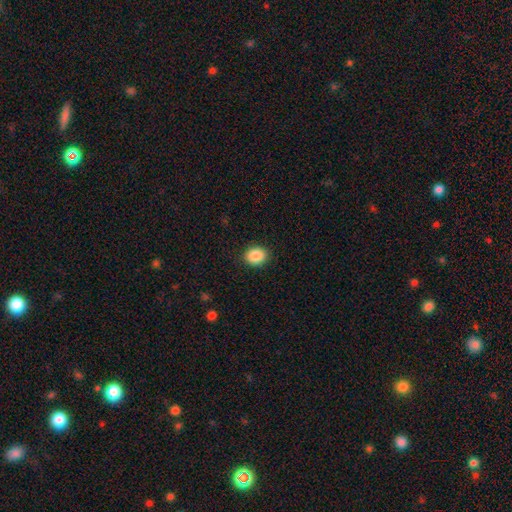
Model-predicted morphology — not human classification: Smooth or featured?
  - smooth: 88% *
  - star or artifact: 8%
  - featured or disk: 4%
How rounded?
  - round: 56% *
  - in between: 43%
  - cigar-shaped: 1%
Merging?
  - none: 90% *
  - minor disturbance: 7%
  - major disturbance: 2%
  - merger: 1%